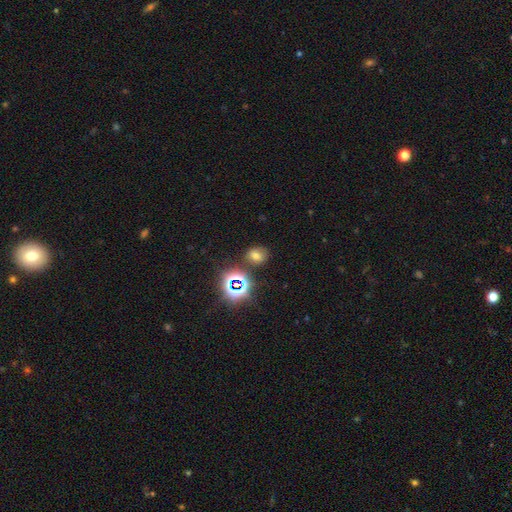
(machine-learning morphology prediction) A smooth galaxy with no disk features (61%) that is round (52%).

Vote fractions:
- Smooth or featured? smooth: 61% / star or artifact: 29% / featured or disk: 9%
- How rounded? round: 52% / in between: 47% / cigar-shaped: 1%
- Merging? none: 78% / minor disturbance: 12% / merger: 6% / major disturbance: 4%